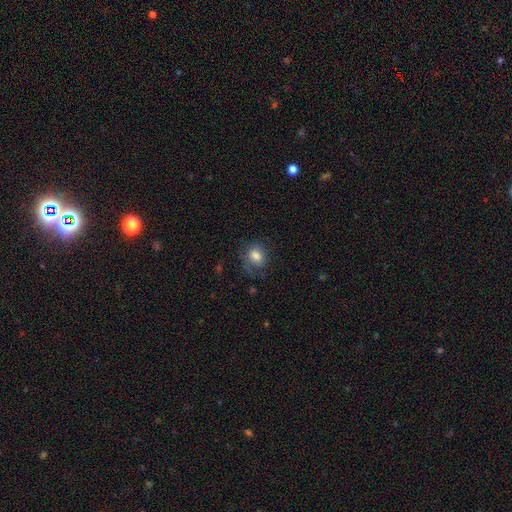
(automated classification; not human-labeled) smooth-or-featured: smooth: 77% | featured or disk: 14% | star or artifact: 9%
  how-rounded: round: 57% | in between: 42% | cigar-shaped: 1%
  merging: none: 64% | minor disturbance: 22% | major disturbance: 12% | merger: 2%